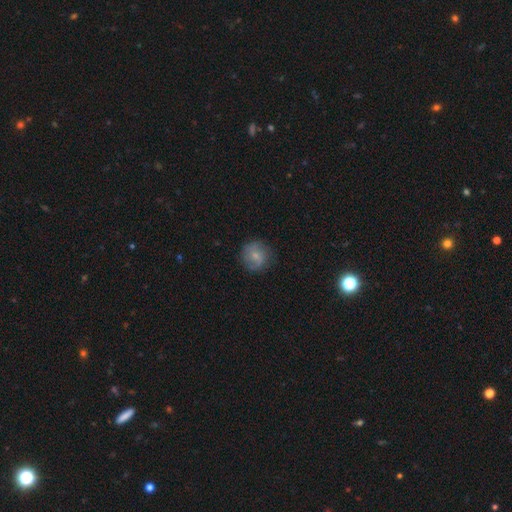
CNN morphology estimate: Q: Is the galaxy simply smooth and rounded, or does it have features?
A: smooth — 61%.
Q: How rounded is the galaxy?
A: round — 88%.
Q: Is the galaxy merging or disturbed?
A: none — 78%.